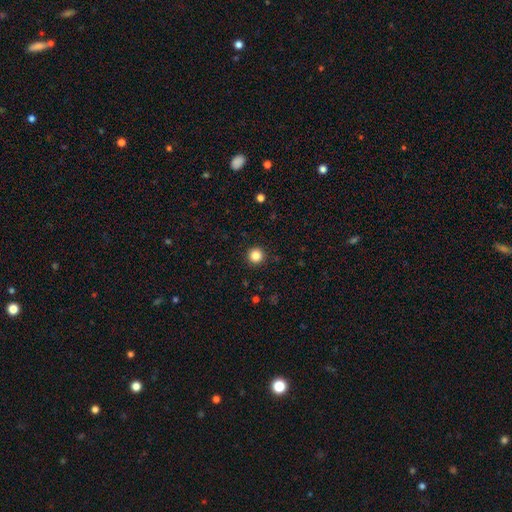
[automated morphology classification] type=smooth (85%); roundness=round (96%); merging=none (93%).